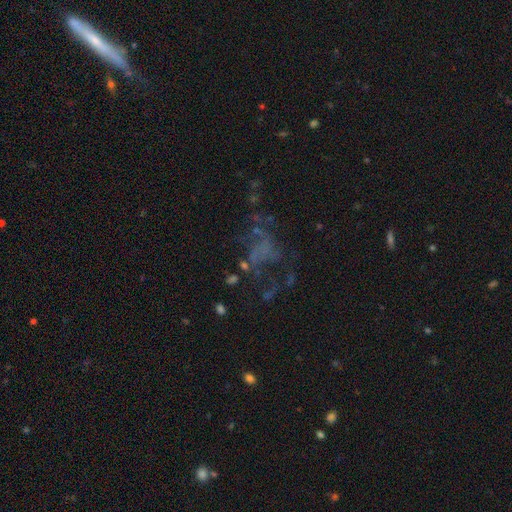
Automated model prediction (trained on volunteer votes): smooth-or-featured: featured or disk: 45% | star or artifact: 33% | smooth: 22%
  merging: none: 41% | major disturbance: 37% | minor disturbance: 15% | merger: 7%